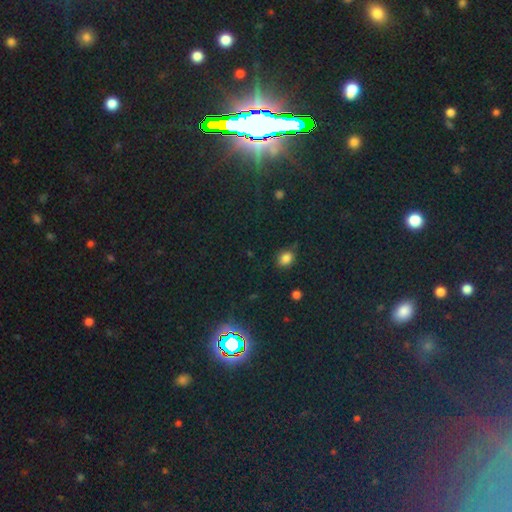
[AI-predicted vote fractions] Q: Smooth or featured?
A: star or artifact (80%); runner-up: smooth (13%)